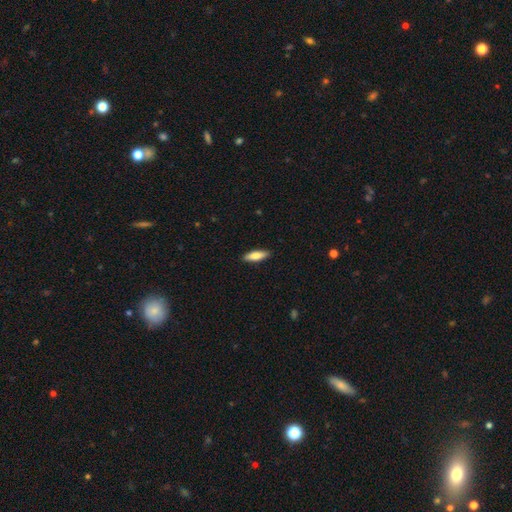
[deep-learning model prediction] A smooth galaxy with no disk features (78%) that is cigar-shaped (51%).

Vote fractions:
- Smooth or featured? smooth: 78% / featured or disk: 16% / star or artifact: 6%
- How rounded? cigar-shaped: 51% / in between: 47% / round: 2%
- Merging? none: 89% / minor disturbance: 8% / major disturbance: 2% / merger: 1%